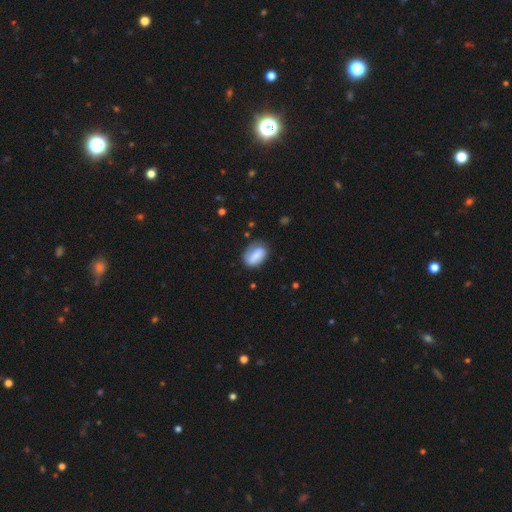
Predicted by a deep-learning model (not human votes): Q: Smooth or featured?
A: smooth (67%); runner-up: featured or disk (25%)
Q: How rounded?
A: in between (85%); runner-up: round (12%)
Q: Merging?
A: none (63%); runner-up: minor disturbance (25%)